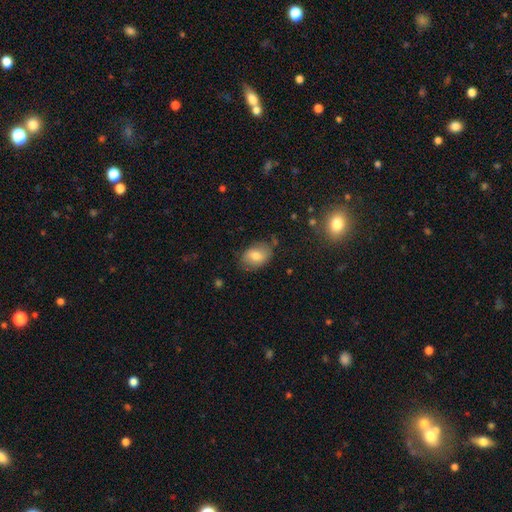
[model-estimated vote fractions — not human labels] This appears to be a smooth galaxy with no disk features (75%) that is in between round and cigar-shaped (82%). Merging: none (70%).